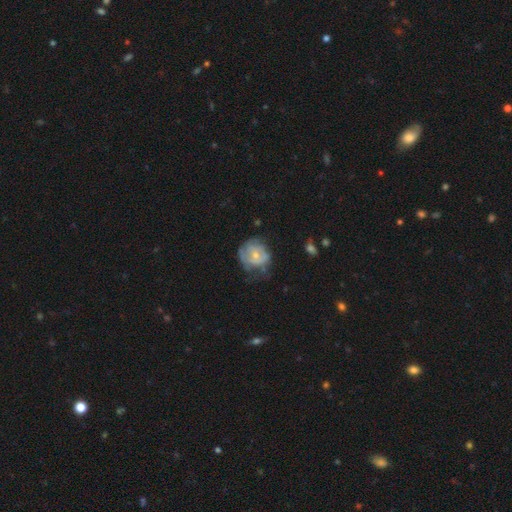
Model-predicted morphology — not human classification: featured or disk 47%, smooth 46%, star or artifact 7%. Down the decision tree: merging — none (44%).